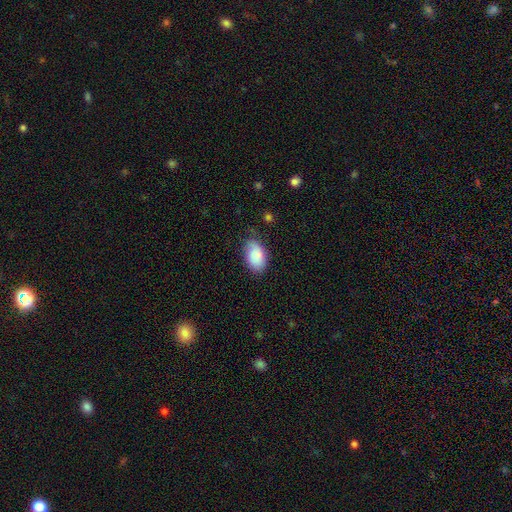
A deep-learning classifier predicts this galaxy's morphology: smooth-or-featured: smooth: 85% | featured or disk: 8% | star or artifact: 7%
  how-rounded: in between: 91% | round: 7% | cigar-shaped: 1%
  merging: none: 67% | minor disturbance: 25% | major disturbance: 6% | merger: 2%